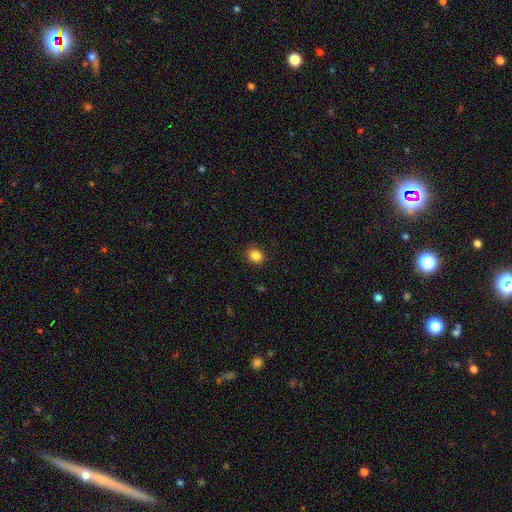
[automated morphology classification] Smooth or featured?
  - smooth: 85% *
  - star or artifact: 11%
  - featured or disk: 4%
How rounded?
  - round: 63% *
  - in between: 36%
  - cigar-shaped: 1%
Merging?
  - none: 89% *
  - minor disturbance: 8%
  - major disturbance: 2%
  - merger: 1%